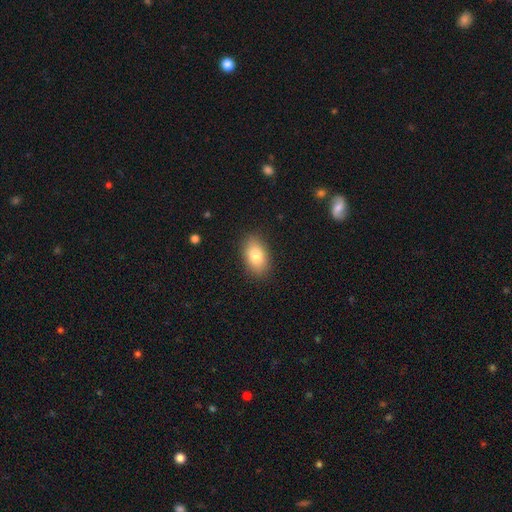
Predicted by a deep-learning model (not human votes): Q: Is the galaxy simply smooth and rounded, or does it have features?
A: smooth — 83%.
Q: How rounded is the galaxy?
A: in between — 91%.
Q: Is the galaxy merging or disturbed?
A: none — 87%.